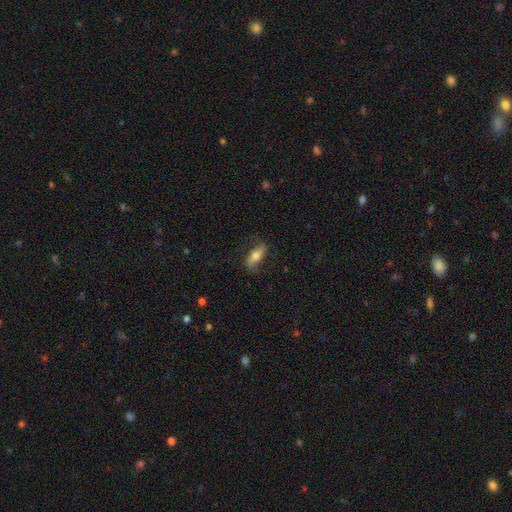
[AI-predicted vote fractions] A smooth galaxy with no disk features (50%).

Vote fractions:
- Smooth or featured? smooth: 50% / featured or disk: 43% / star or artifact: 7%
- Merging? none: 72% / minor disturbance: 18% / major disturbance: 8% / merger: 1%